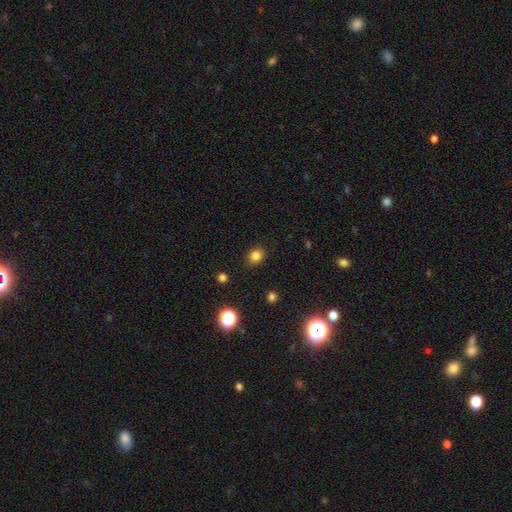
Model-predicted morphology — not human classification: smooth 83%, star or artifact 13%, featured or disk 5%. Down the decision tree: how rounded — round (55%); merging — none (88%).